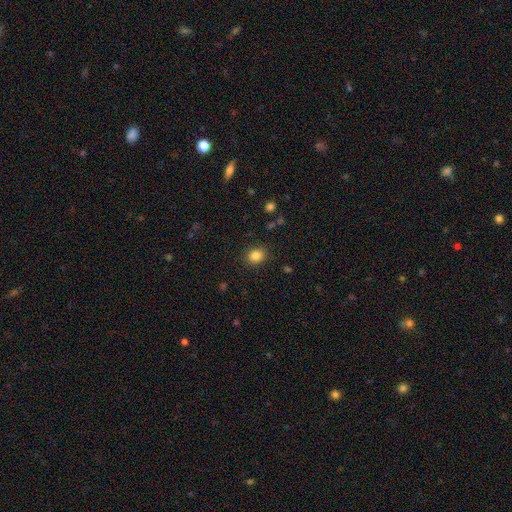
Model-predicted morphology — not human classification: Smooth or featured? Predicted: smooth (p=0.84). How rounded? Predicted: round (p=0.67). Merging? Predicted: none (p=0.88).